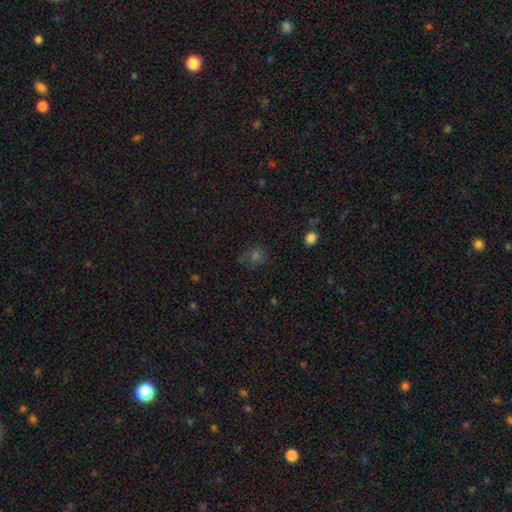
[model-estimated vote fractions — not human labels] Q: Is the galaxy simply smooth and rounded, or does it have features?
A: smooth — 52%.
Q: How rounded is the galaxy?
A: round — 75%.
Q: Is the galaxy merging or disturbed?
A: none — 72%.